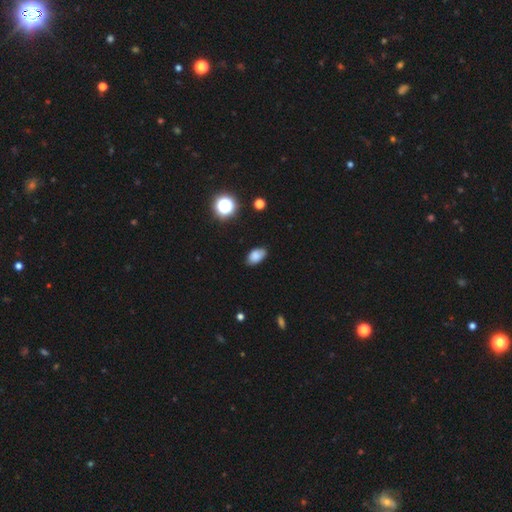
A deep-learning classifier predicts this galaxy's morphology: smooth 83%, star or artifact 11%, featured or disk 6%. Down the decision tree: how rounded — in between (92%); merging — none (82%).